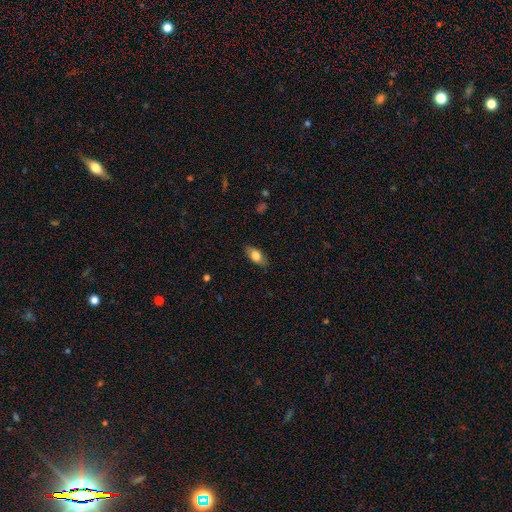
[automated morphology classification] Smooth or featured? Predicted: smooth (p=0.76). How rounded? Predicted: in between (p=0.84). Merging? Predicted: none (p=0.83).